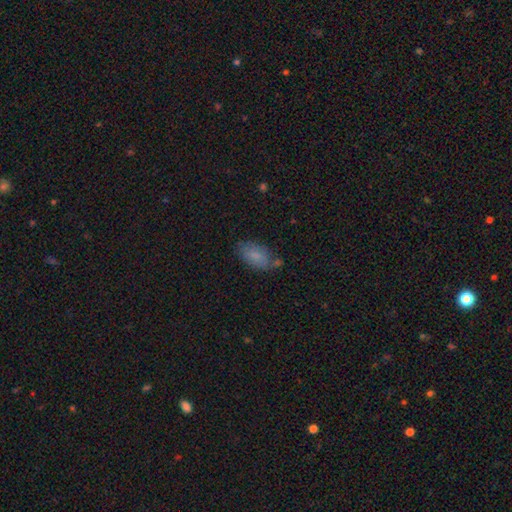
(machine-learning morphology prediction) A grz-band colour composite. It shows a smooth galaxy with no disk features (80%) that is in between round and cigar-shaped (92%). Merging: none (65%).